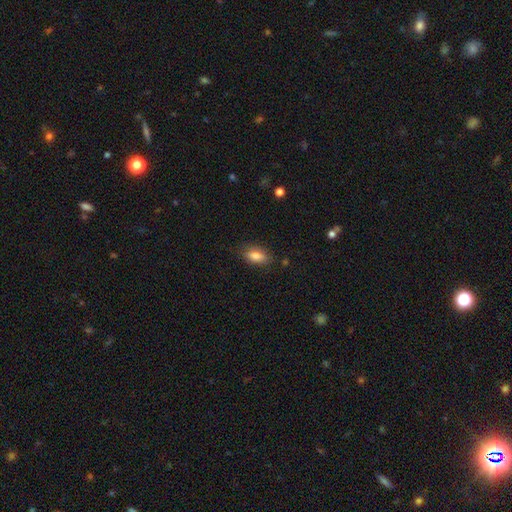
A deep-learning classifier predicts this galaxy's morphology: smooth 82%, featured or disk 10%, star or artifact 8%. Down the decision tree: how rounded — in between (86%); merging — none (81%).